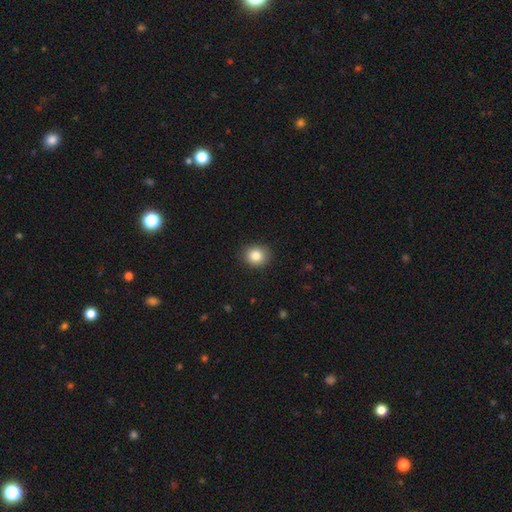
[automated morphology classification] Smooth or featured: smooth — 85% (star or artifact — 9%)
How rounded: round — 77% (in between — 22%)
Merging: none — 89% (minor disturbance — 8%)